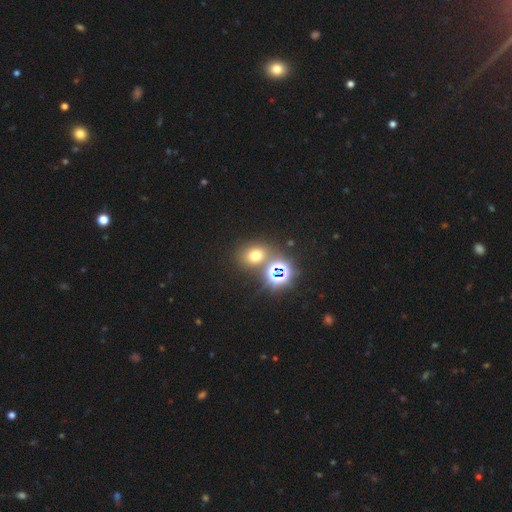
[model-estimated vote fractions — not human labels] Morphology: type=smooth (56%); roundness=round (62%); merging=none (70%).